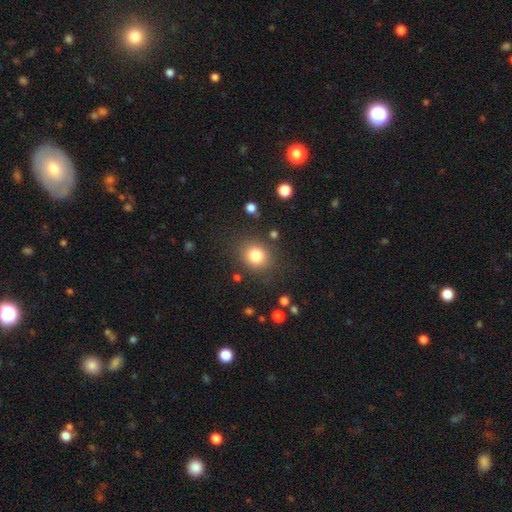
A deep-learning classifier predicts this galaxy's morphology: smooth-or-featured: smooth: 82% | star or artifact: 11% | featured or disk: 7%
  how-rounded: round: 72% | in between: 27% | cigar-shaped: 1%
  merging: none: 82% | minor disturbance: 11% | major disturbance: 5% | merger: 3%